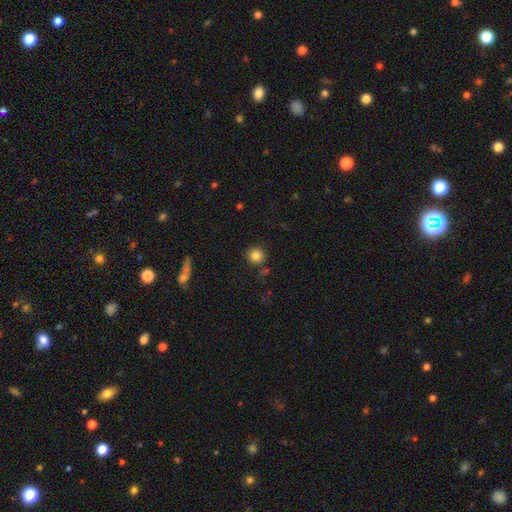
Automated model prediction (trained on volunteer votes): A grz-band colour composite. It shows a smooth galaxy with no disk features (85%) that is round (94%). Merging: none (83%).